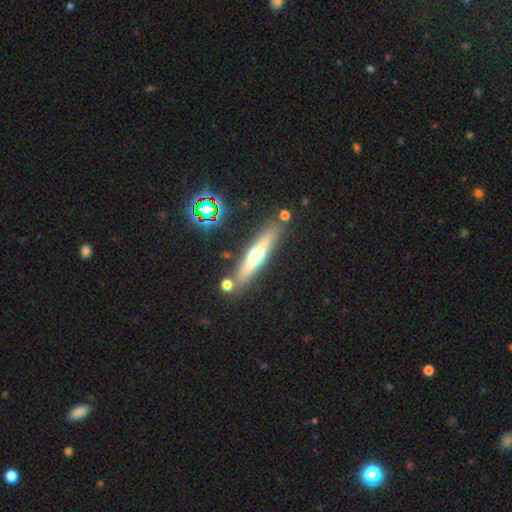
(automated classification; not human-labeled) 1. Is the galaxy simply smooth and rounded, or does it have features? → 54% featured or disk, 38% smooth, 8% star or artifact.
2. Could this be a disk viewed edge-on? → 91% yes, 9% no.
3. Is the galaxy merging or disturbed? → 83% none, 9% minor disturbance, 5% merger, 3% major disturbance.